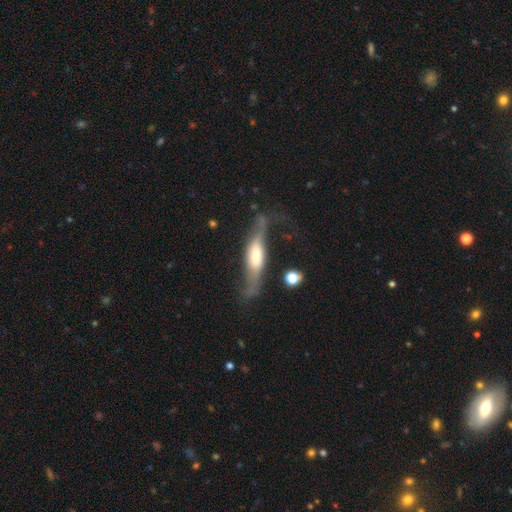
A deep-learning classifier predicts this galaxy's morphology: This is likely a featured or disk galaxy (67%). It is likely viewed edge-on (61%). Merging: possibly none (48%).